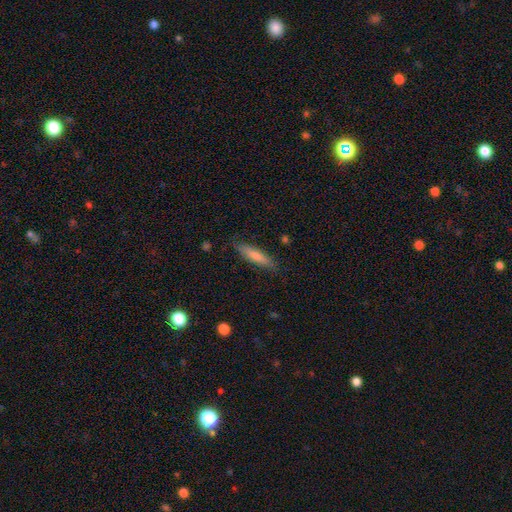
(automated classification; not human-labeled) Smooth or featured? Predicted: smooth (p=0.76). How rounded? Predicted: cigar-shaped (p=0.81). Merging? Predicted: none (p=0.84).